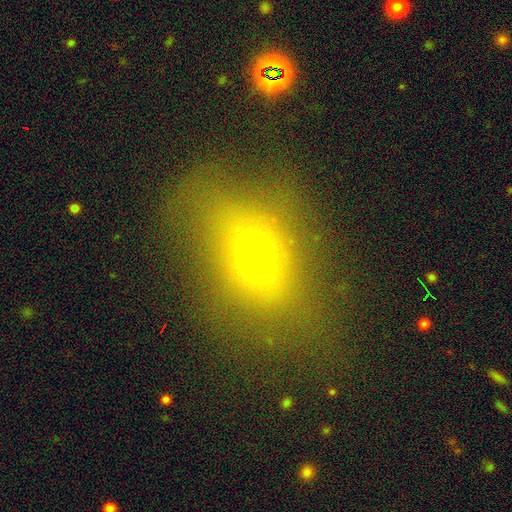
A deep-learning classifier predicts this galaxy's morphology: This appears to be a smooth galaxy with no disk features (61%) that is in between round and cigar-shaped (62%). Merging: none (64%).